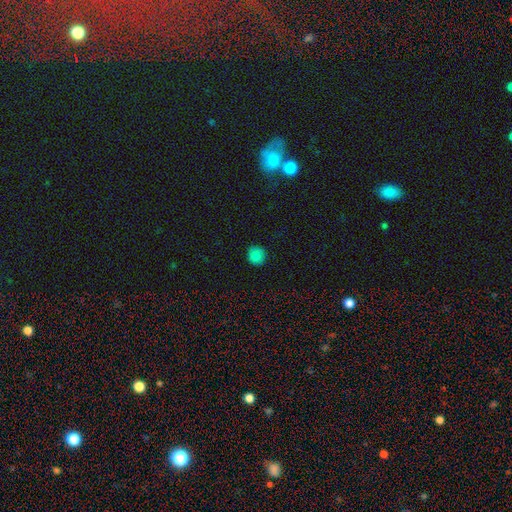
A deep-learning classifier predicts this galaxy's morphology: smooth 84%, star or artifact 11%, featured or disk 4%. Down the decision tree: how rounded — round (93%); merging — none (90%).